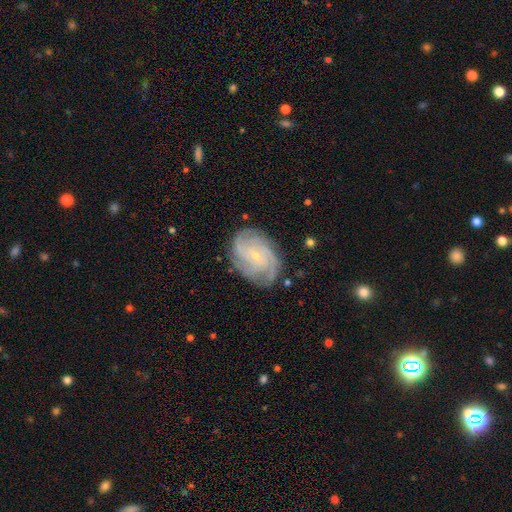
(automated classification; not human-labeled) Smooth or featured: featured or disk — 85% (smooth — 8%)
Edge-on disk: no — 97% (yes — 3%)
Bar: no — 71% (weak — 24%)
Spiral arms: yes — 97% (no — 3%)
Spiral winding: tight — 62% (medium — 31%)
Spiral arm count: 4 — 30% (3 — 23%)
Bulge size: small — 85% (moderate — 12%)
Merging: none — 80% (minor disturbance — 15%)